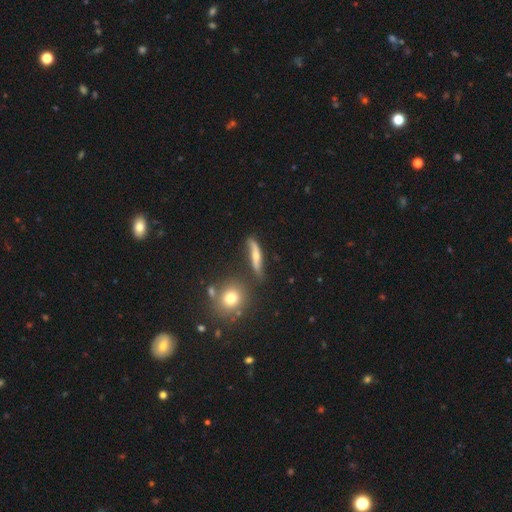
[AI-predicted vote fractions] This appears to be a featured or disk galaxy (55%) viewed edge-on (55%). Merging: none (65%).